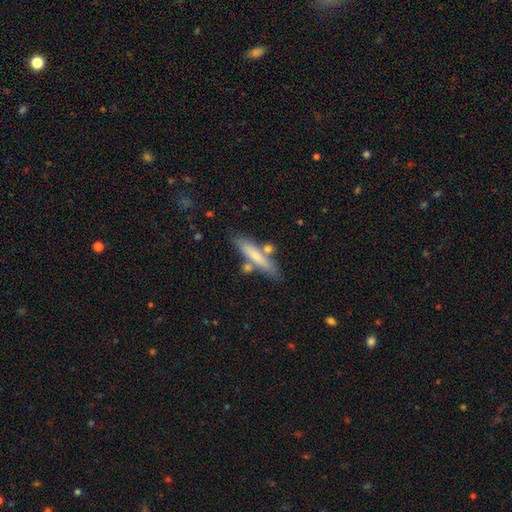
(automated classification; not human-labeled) smooth 65%, featured or disk 29%, star or artifact 6%. Down the decision tree: how rounded — cigar-shaped (87%); merging — none (70%).